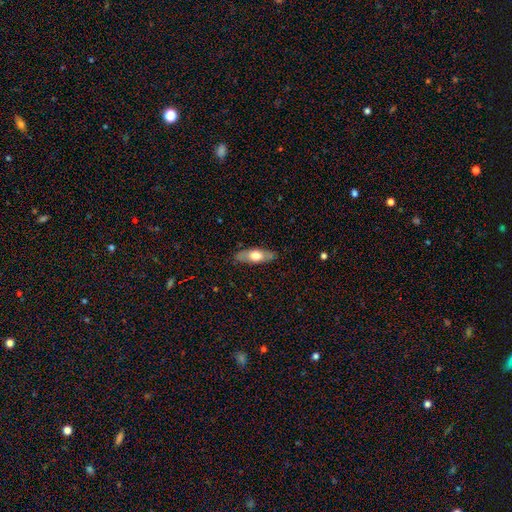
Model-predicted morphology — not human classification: The model was most divided on "smooth or featured": smooth: 58%, featured or disk: 37%, star or artifact: 5%. More confident: merging — none (83%); how rounded — in between (61%).